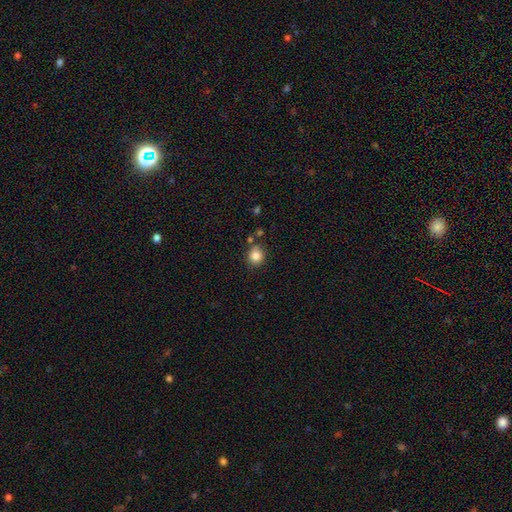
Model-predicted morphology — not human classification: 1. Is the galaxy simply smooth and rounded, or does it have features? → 84% smooth, 11% star or artifact, 6% featured or disk.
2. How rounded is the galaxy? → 84% round, 15% in between, 1% cigar-shaped.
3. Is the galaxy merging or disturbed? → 77% none, 12% minor disturbance, 8% merger, 3% major disturbance.